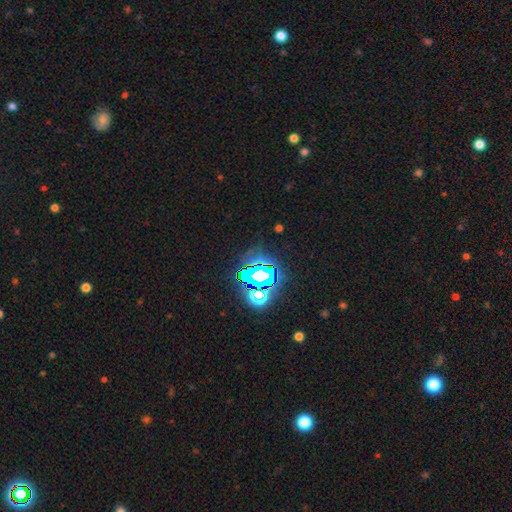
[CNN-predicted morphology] Smooth or featured? Predicted: star or artifact (p=0.83).